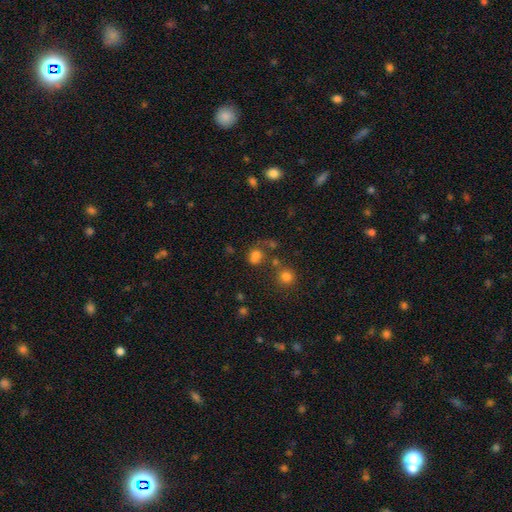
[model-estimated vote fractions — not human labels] Q: Smooth or featured?
A: smooth (70%); runner-up: star or artifact (18%)
Q: How rounded?
A: round (61%); runner-up: in between (38%)
Q: Merging?
A: none (46%); runner-up: merger (20%)